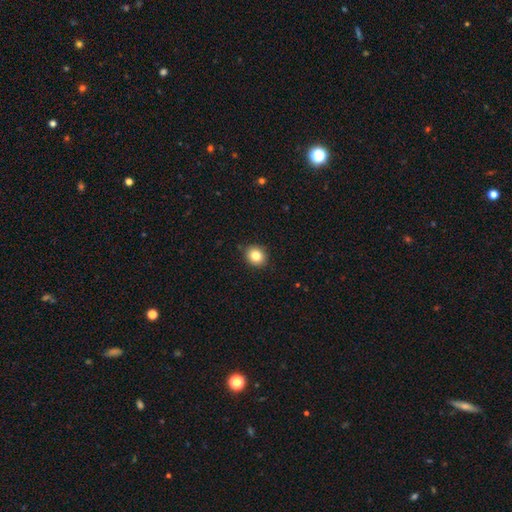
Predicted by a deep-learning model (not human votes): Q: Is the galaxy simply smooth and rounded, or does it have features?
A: smooth — 83%.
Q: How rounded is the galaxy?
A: round — 71%.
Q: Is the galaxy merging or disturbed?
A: none — 90%.